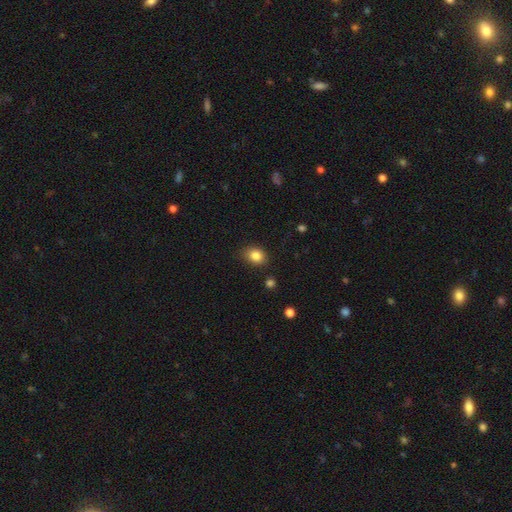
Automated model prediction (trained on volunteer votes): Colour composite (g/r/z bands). It shows a smooth galaxy with no disk features (84%) that is in between round and cigar-shaped (52%). Merging: none (82%).